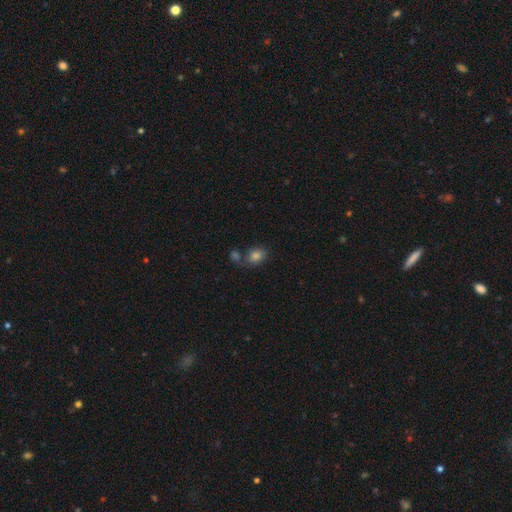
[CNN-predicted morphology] Smooth or featured? Predicted: smooth (p=0.79). How rounded? Predicted: in between (p=0.57). Merging? Predicted: none (p=0.57).